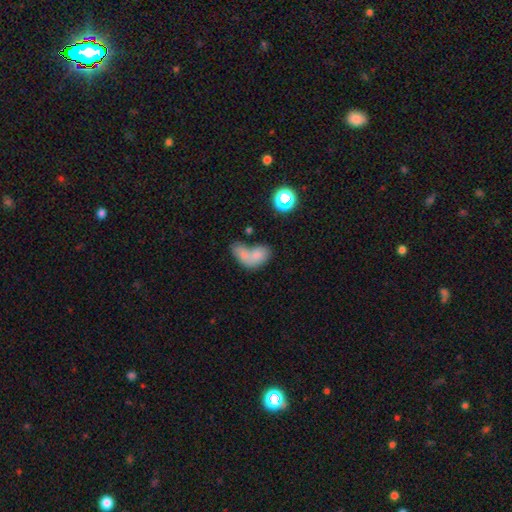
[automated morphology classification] Smooth or featured: smooth — 73% (featured or disk — 16%)
How rounded: in between — 85% (round — 13%)
Merging: merger — 64% (none — 18%)